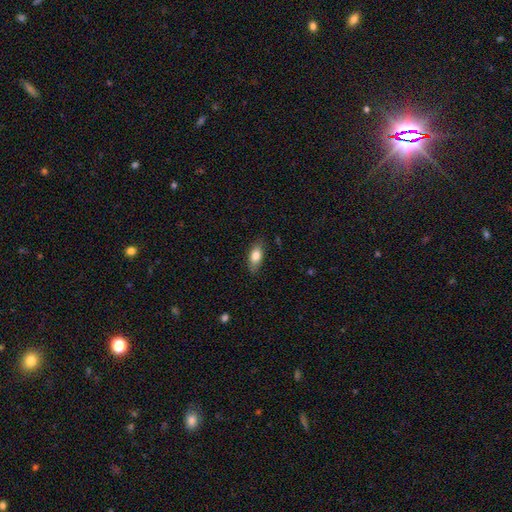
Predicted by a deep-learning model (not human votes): This is likely a smooth galaxy (80%). How rounded: clearly in between (84%). Merging: clearly none (80%).